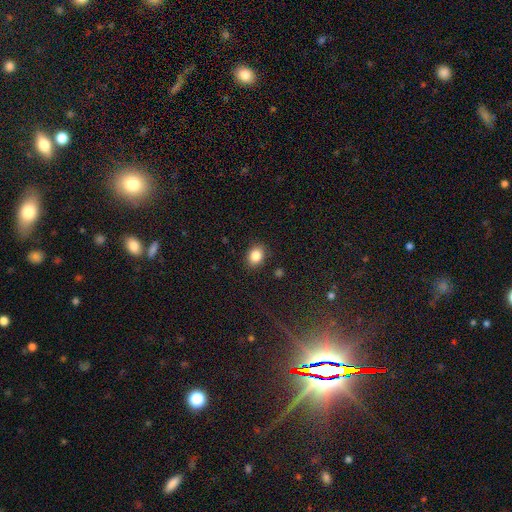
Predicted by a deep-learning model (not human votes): Smooth or featured? Predicted: smooth (p=0.85). How rounded? Predicted: in between (p=0.57). Merging? Predicted: none (p=0.87).